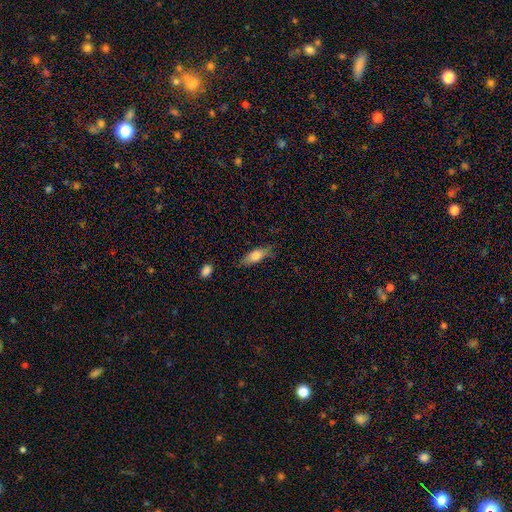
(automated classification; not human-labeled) This is likely a smooth galaxy (72%). How rounded: likely in between (66%). Merging: likely none (72%).